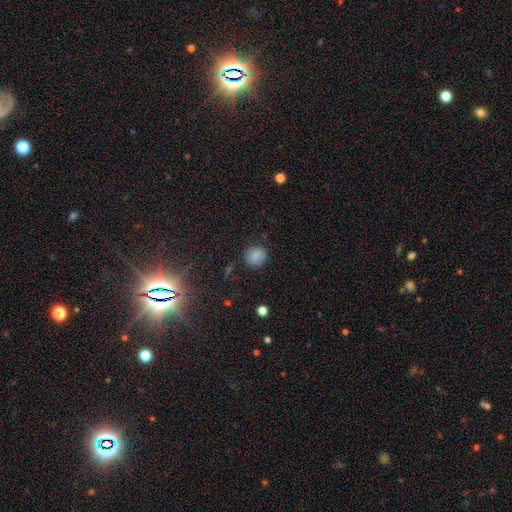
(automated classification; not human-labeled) smooth-or-featured: smooth: 81% | star or artifact: 12% | featured or disk: 7%
  how-rounded: round: 77% | in between: 22% | cigar-shaped: 1%
  merging: none: 78% | minor disturbance: 16% | major disturbance: 4% | merger: 2%